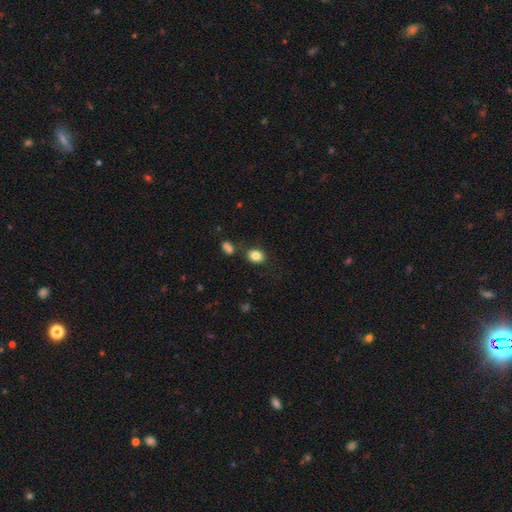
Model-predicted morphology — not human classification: Smooth or featured?
  - smooth: 84% *
  - star or artifact: 10%
  - featured or disk: 6%
How rounded?
  - in between: 63% *
  - round: 35%
  - cigar-shaped: 1%
Merging?
  - none: 76% *
  - minor disturbance: 12%
  - merger: 8%
  - major disturbance: 4%